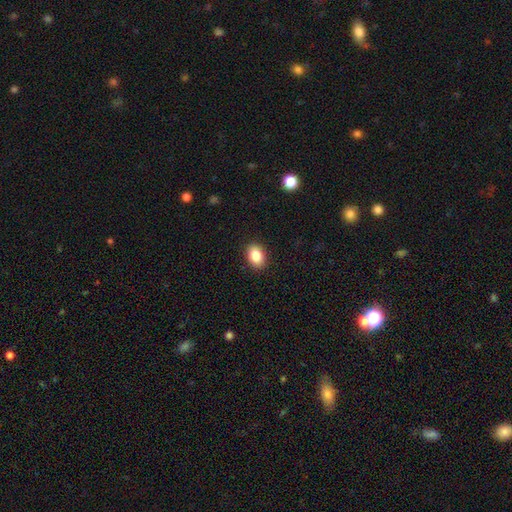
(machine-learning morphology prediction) type=smooth (86%); roundness=in between (78%); merging=none (90%).